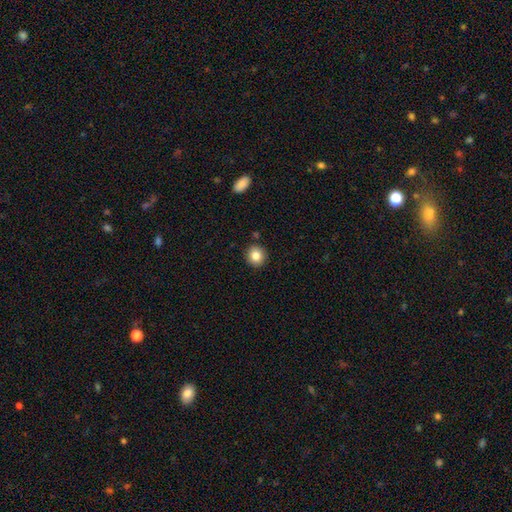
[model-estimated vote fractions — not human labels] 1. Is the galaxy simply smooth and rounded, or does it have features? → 84% smooth, 10% star or artifact, 6% featured or disk.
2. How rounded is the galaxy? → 89% round, 10% in between, 1% cigar-shaped.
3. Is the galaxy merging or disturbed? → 90% none, 7% minor disturbance, 2% merger, 2% major disturbance.